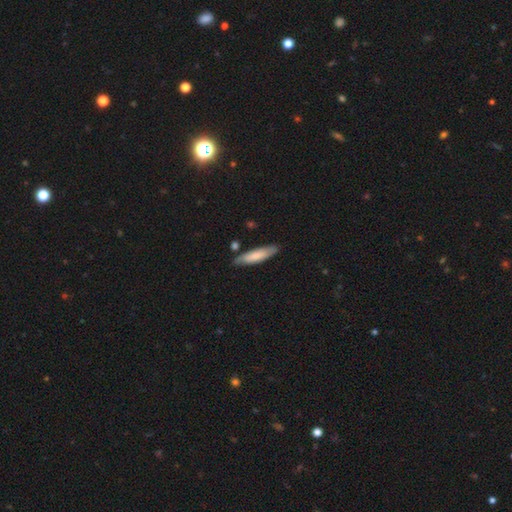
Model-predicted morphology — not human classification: Smooth or featured?
  - smooth: 73% *
  - featured or disk: 21%
  - star or artifact: 5%
How rounded?
  - cigar-shaped: 72% *
  - in between: 27%
  - round: 1%
Merging?
  - none: 78% *
  - minor disturbance: 16%
  - merger: 4%
  - major disturbance: 3%